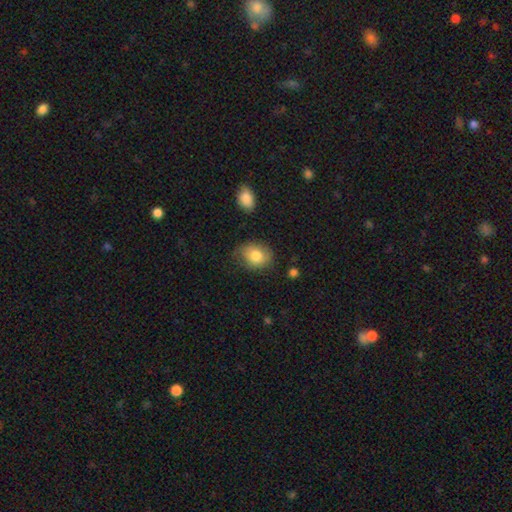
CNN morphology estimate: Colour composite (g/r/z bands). It shows a smooth galaxy with no disk features (79%) that is in between round and cigar-shaped (51%). Merging: none (68%).